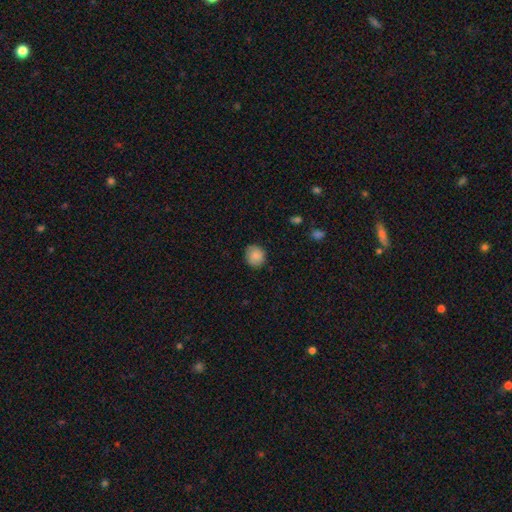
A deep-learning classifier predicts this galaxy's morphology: type=smooth (85%); roundness=round (84%); merging=none (84%).